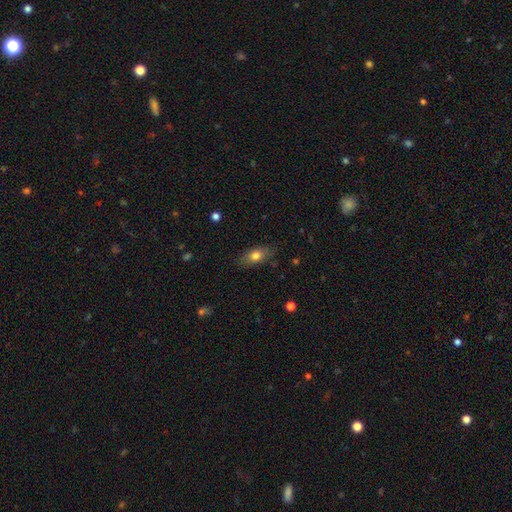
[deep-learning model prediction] Smooth or featured: smooth — 74% (featured or disk — 17%)
How rounded: in between — 78% (cigar-shaped — 12%)
Merging: none — 81% (minor disturbance — 15%)